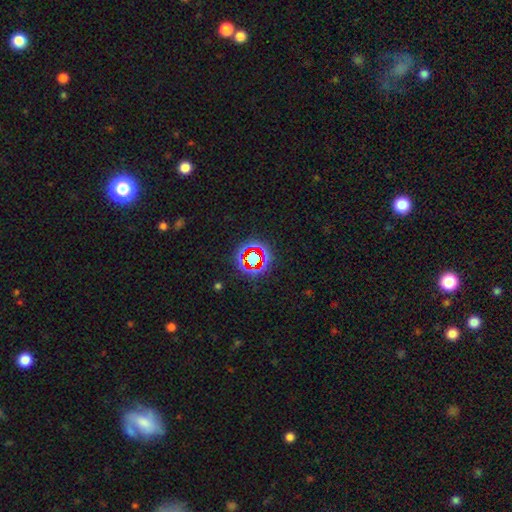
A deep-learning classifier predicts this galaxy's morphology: This appears to be a star or artifact, not a galaxy (69%).